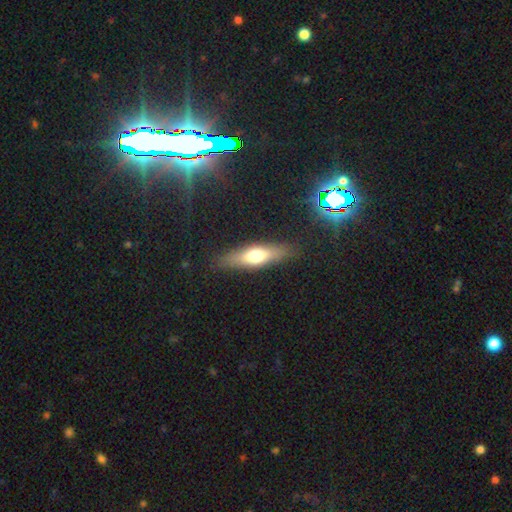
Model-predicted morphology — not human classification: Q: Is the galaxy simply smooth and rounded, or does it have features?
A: smooth — 56%.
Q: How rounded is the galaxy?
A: cigar-shaped — 58%.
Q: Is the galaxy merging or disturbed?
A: none — 86%.